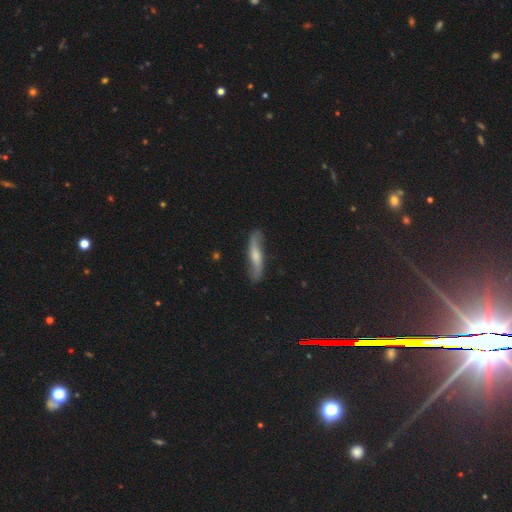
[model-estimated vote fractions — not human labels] Overall: featured or disk (63%; smooth 31%). Edge-on disk: no (57%; yes 43%). Merging: none (78%).